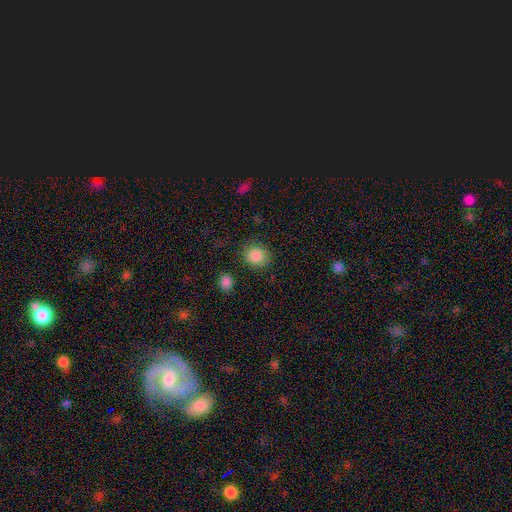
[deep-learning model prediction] A smooth galaxy with no disk features (87%) that is round (77%).

Vote fractions:
- Smooth or featured? smooth: 87% / star or artifact: 9% / featured or disk: 4%
- How rounded? round: 77% / in between: 22% / cigar-shaped: 1%
- Merging? none: 82% / minor disturbance: 11% / major disturbance: 4% / merger: 3%